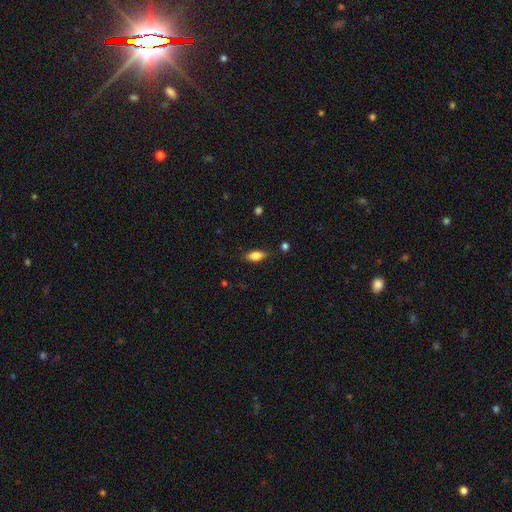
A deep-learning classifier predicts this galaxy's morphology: smooth-or-featured: smooth: 81% | featured or disk: 11% | star or artifact: 8%
  how-rounded: in between: 84% | cigar-shaped: 13% | round: 3%
  merging: none: 83% | minor disturbance: 13% | major disturbance: 3% | merger: 1%